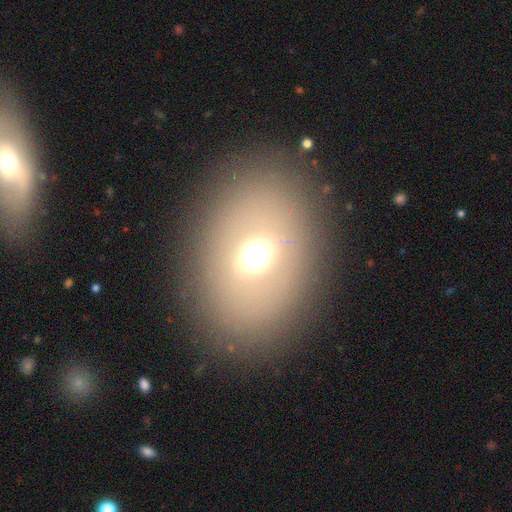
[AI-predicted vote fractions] smooth 60%, featured or disk 24%, star or artifact 16%. Down the decision tree: how rounded — in between (67%); merging — none (85%).